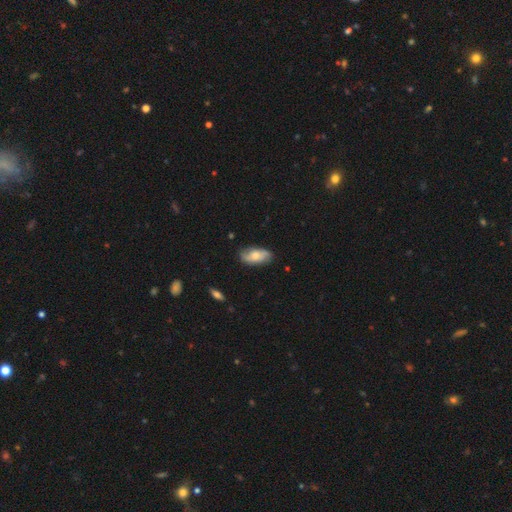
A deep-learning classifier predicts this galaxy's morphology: Smooth or featured? Predicted: smooth (p=0.54). How rounded? Predicted: in between (p=0.90). Merging? Predicted: none (p=0.77).